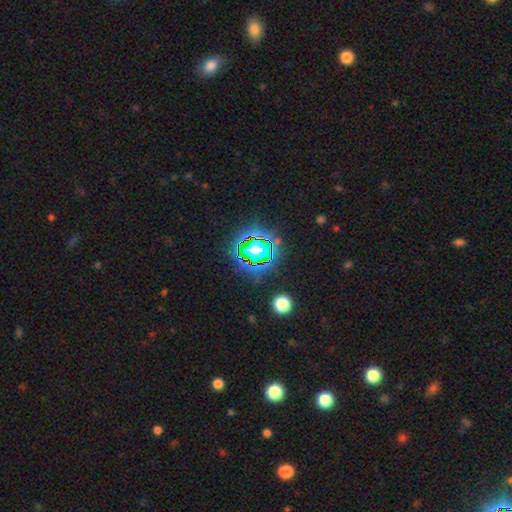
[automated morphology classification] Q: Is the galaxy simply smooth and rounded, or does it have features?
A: star or artifact — 80%.